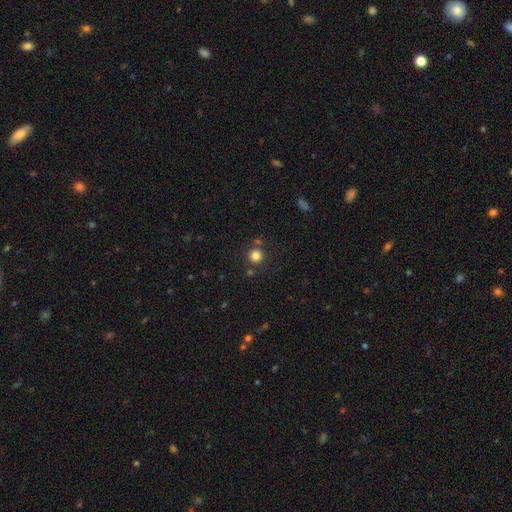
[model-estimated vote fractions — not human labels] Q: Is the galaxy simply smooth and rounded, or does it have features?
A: smooth — 82%.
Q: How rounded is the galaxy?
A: round — 94%.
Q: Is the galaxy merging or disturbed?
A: none — 84%.